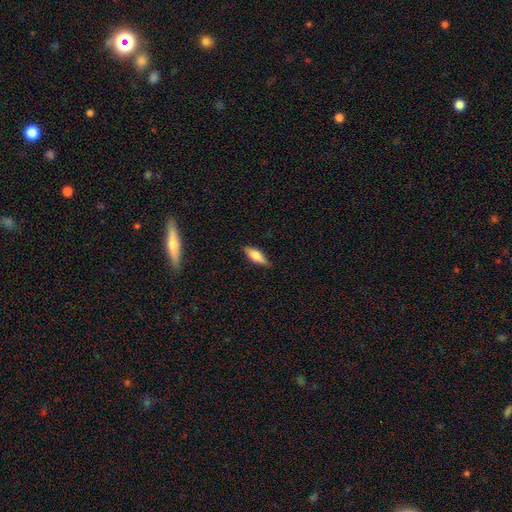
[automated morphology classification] This is likely a smooth galaxy (65%). How rounded: possibly in between (56%). Merging: clearly none (86%).